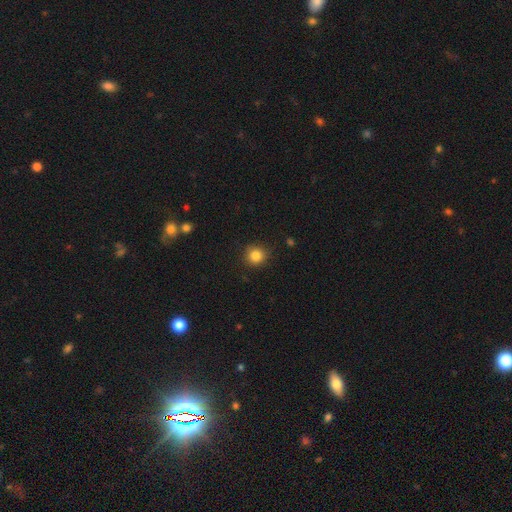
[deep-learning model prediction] Smooth or featured?
  - smooth: 84% *
  - star or artifact: 11%
  - featured or disk: 5%
How rounded?
  - round: 91% *
  - in between: 8%
  - cigar-shaped: 1%
Merging?
  - none: 89% *
  - minor disturbance: 8%
  - major disturbance: 2%
  - merger: 1%